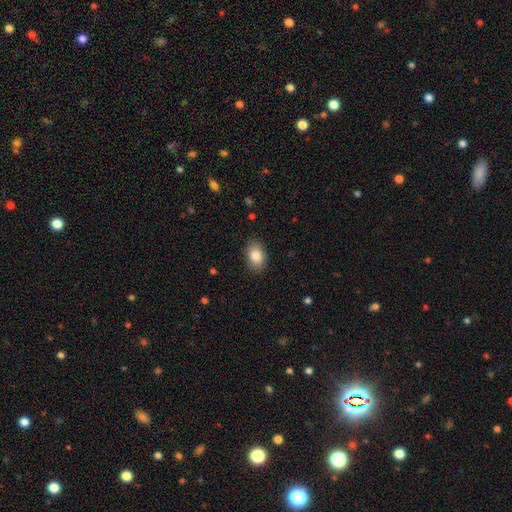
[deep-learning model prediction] A smooth galaxy with no disk features (86%) that is in between round and cigar-shaped (84%).

Vote fractions:
- Smooth or featured? smooth: 86% / star or artifact: 7% / featured or disk: 6%
- How rounded? in between: 84% / round: 15% / cigar-shaped: 1%
- Merging? none: 87% / minor disturbance: 10% / major disturbance: 3% / merger: 1%